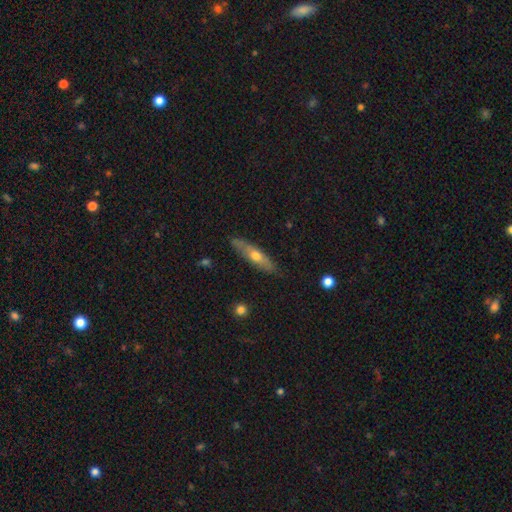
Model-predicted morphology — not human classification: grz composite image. It shows a featured or disk galaxy (47%, tied with smooth). Merging: none (83%).